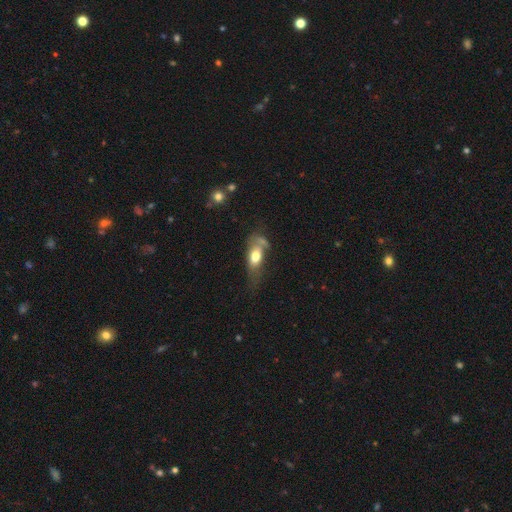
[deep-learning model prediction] The model was most divided on "merging": major disturbance: 34%, minor disturbance: 25%, none: 25%, merger: 16%. More confident: how rounded — in between (81%); smooth or featured — smooth (64%).